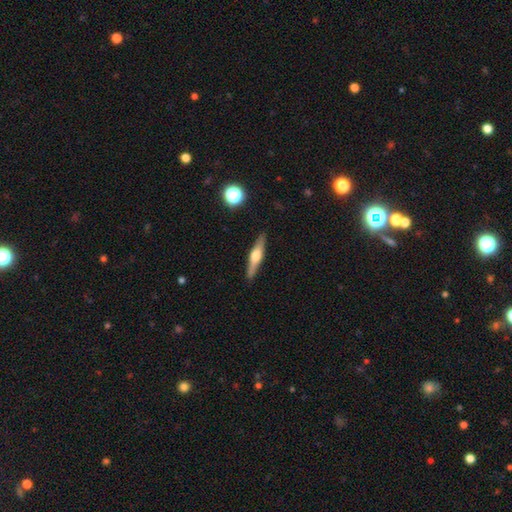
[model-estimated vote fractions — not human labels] smooth_or_featured: featured or disk (p=0.65) [alt: smooth p=0.29]
disk_edge_on: yes (p=0.97) [alt: no p=0.03]
edge_on_bulge: rounded (p=0.91) [alt: boxy p=0.06]
merging: none (p=0.89) [alt: minor disturbance p=0.08]